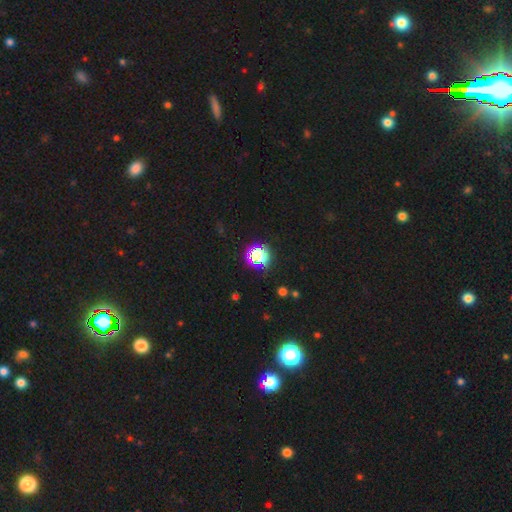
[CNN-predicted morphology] Smooth or featured? star or artifact (59%)